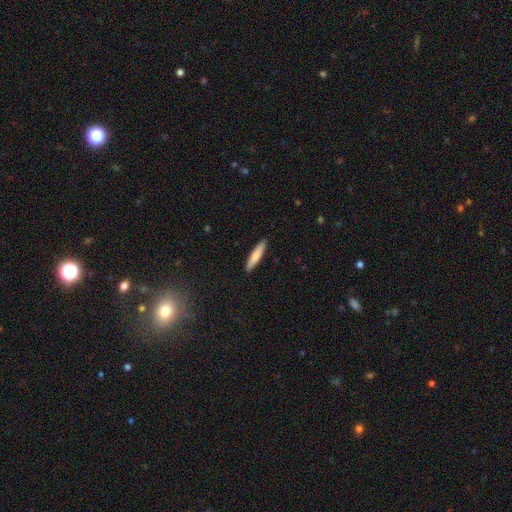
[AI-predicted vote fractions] This appears to be a smooth galaxy with no disk features (80%) that is cigar-shaped (86%). Merging: none (91%).